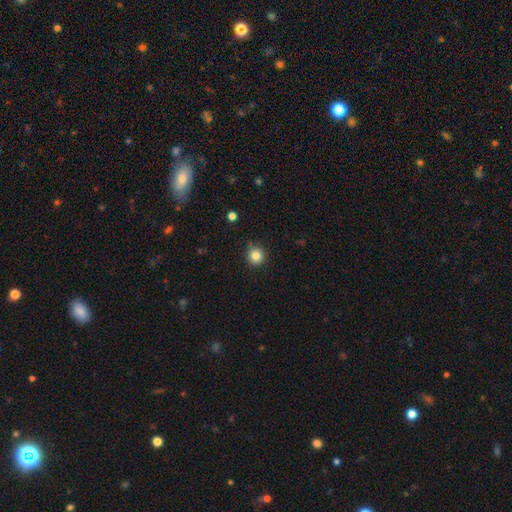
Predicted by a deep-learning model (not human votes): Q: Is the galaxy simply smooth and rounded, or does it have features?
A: smooth — 84%.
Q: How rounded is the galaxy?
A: round — 93%.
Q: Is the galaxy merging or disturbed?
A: none — 86%.